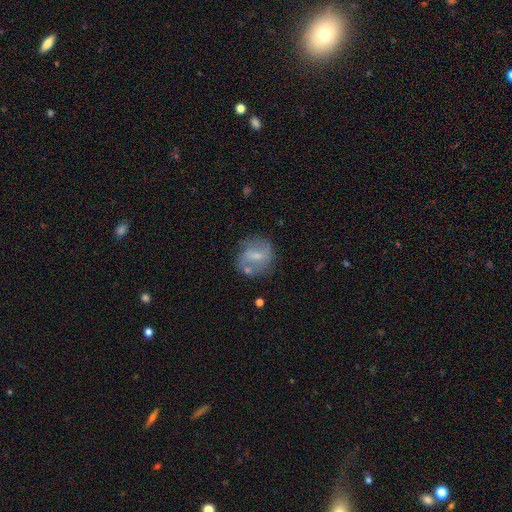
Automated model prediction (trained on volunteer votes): The model was most divided on "smooth or featured": featured or disk: 49%, smooth: 43%, star or artifact: 8%. More confident: merging — none (63%).